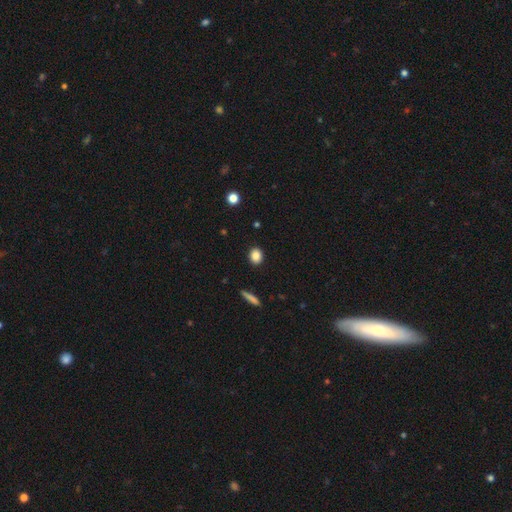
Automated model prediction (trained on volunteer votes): Smooth or featured: smooth — 86% (star or artifact — 9%)
How rounded: round — 60% (in between — 38%)
Merging: none — 91% (minor disturbance — 6%)